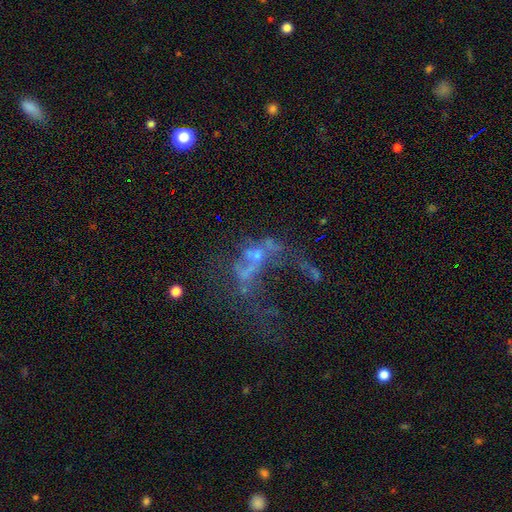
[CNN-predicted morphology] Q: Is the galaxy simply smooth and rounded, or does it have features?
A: featured or disk — 54%.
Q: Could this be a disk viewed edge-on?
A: no — 95%.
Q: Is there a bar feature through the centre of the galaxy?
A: no — 88%.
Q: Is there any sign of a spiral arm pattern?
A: no — 90%.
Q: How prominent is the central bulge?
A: none — 61%.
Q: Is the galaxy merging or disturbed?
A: major disturbance — 40%.